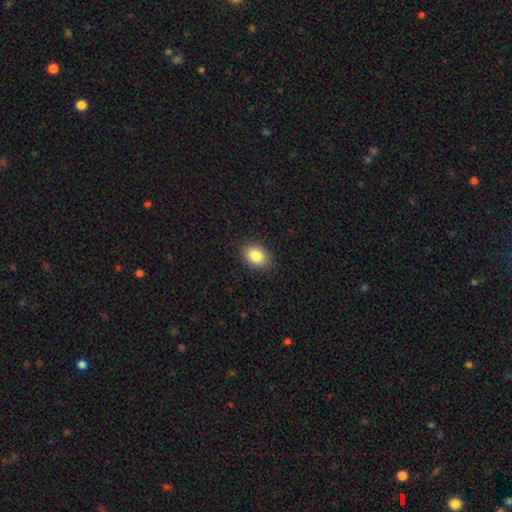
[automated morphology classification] Smooth or featured?
  - smooth: 85% *
  - star or artifact: 9%
  - featured or disk: 7%
How rounded?
  - in between: 77% *
  - round: 22%
  - cigar-shaped: 1%
Merging?
  - none: 87% *
  - minor disturbance: 10%
  - major disturbance: 2%
  - merger: 1%